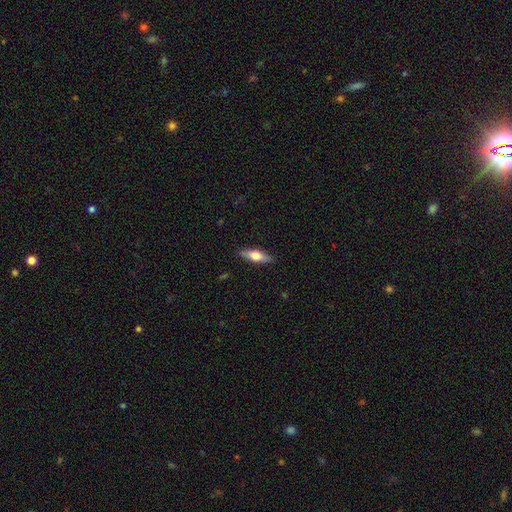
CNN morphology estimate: Q: Smooth or featured?
A: smooth (57%); runner-up: featured or disk (37%)
Q: How rounded?
A: cigar-shaped (52%); runner-up: in between (46%)
Q: Merging?
A: none (87%); runner-up: minor disturbance (10%)